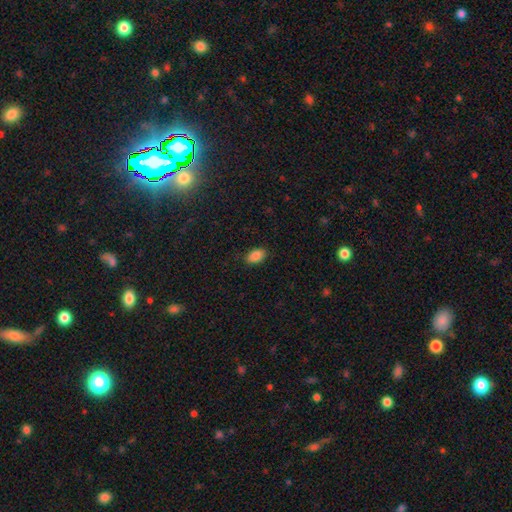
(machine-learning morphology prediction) Q: Smooth or featured?
A: smooth (87%); runner-up: star or artifact (9%)
Q: How rounded?
A: in between (90%); runner-up: round (8%)
Q: Merging?
A: none (85%); runner-up: minor disturbance (12%)